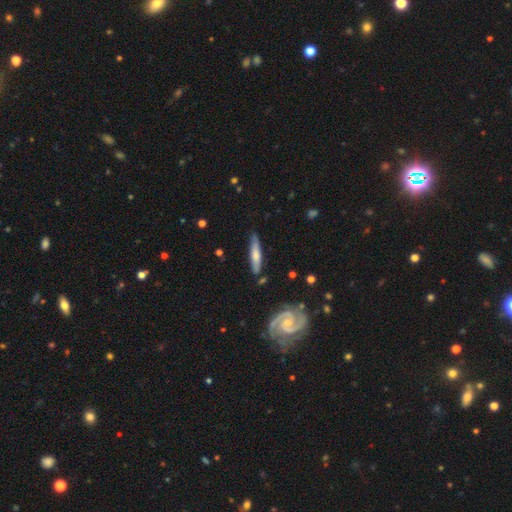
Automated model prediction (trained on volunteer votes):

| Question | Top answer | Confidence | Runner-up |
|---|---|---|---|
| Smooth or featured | smooth | 50% | featured or disk (45%) |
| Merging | none | 82% | minor disturbance (13%) |